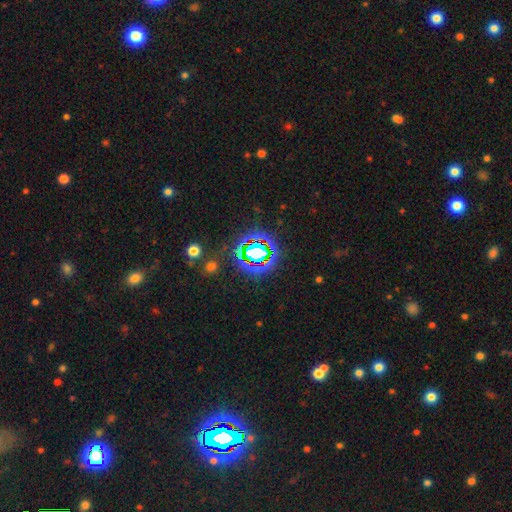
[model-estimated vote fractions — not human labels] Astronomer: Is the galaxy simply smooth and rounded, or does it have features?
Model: star or artifact — 71%.